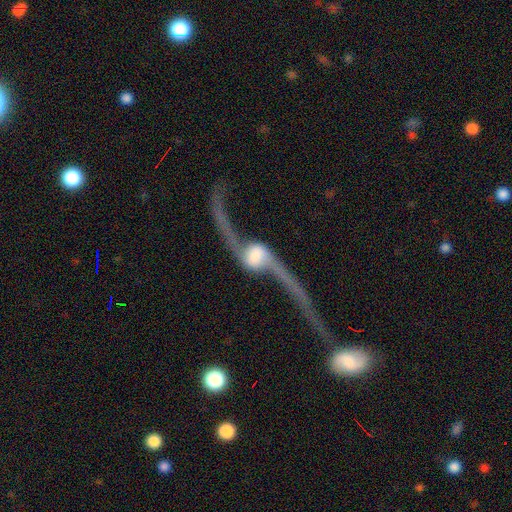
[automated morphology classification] Q: Smooth or featured?
A: featured or disk (82%); runner-up: smooth (11%)
Q: Edge-on disk?
A: no (71%); runner-up: yes (29%)
Q: Bar?
A: no (59%); runner-up: weak (25%)
Q: Spiral arms?
A: yes (87%); runner-up: no (13%)
Q: Spiral winding?
A: loose (95%); runner-up: medium (3%)
Q: Spiral arm count?
A: 2 (94%); runner-up: 1 (2%)
Q: Bulge size?
A: large (33%); runner-up: dominant (22%)
Q: Merging?
A: none (44%); runner-up: major disturbance (29%)